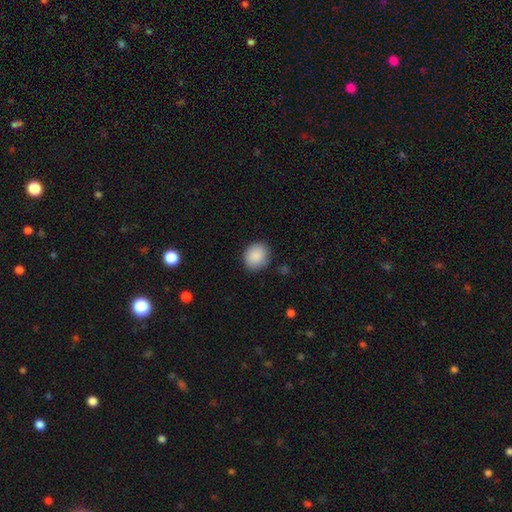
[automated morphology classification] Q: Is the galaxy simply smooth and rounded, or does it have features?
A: smooth — 89%.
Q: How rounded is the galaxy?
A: round — 70%.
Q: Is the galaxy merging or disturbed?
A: none — 86%.